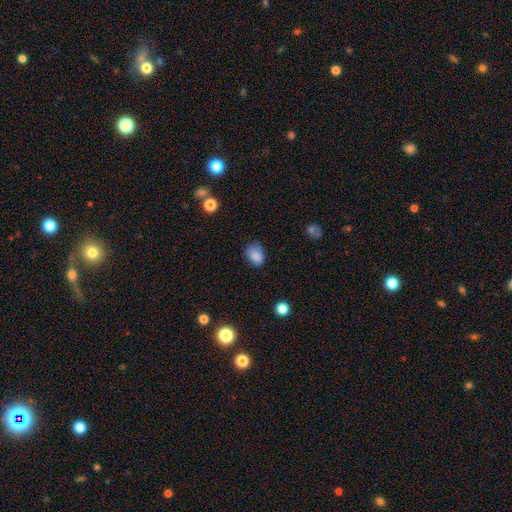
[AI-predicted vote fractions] Morphology: type=smooth (84%); roundness=in between (68%); merging=none (68%).